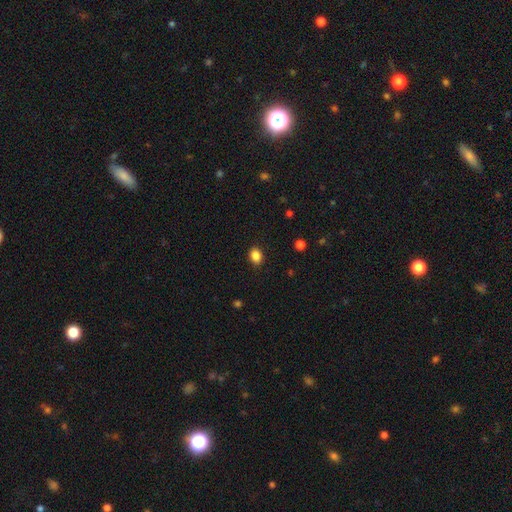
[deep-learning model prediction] Smooth or featured?
  - smooth: 86% *
  - star or artifact: 10%
  - featured or disk: 4%
How rounded?
  - in between: 64% *
  - round: 34%
  - cigar-shaped: 1%
Merging?
  - none: 88% *
  - minor disturbance: 8%
  - major disturbance: 2%
  - merger: 1%